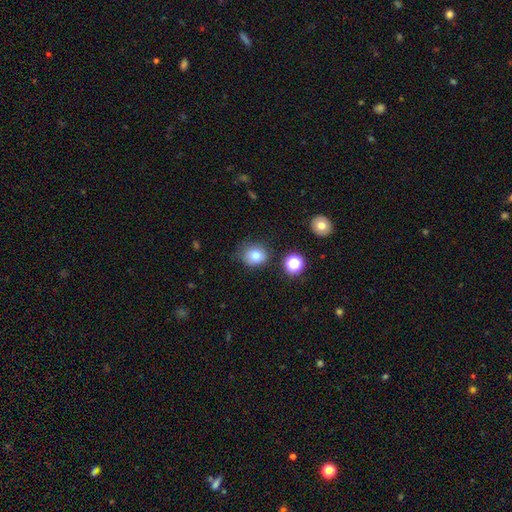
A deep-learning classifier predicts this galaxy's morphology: Smooth or featured? smooth (79%)
How rounded? round (75%)
Merging? none (72%)